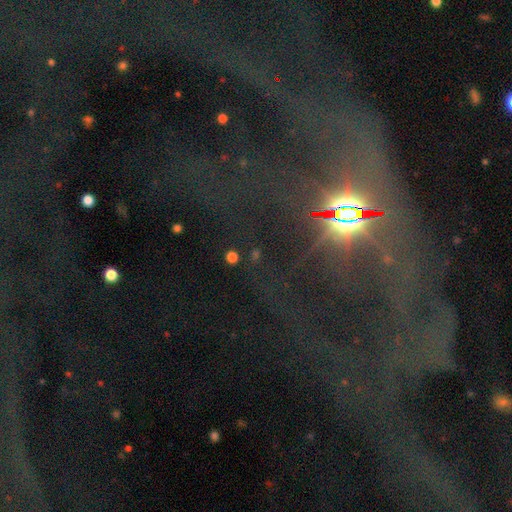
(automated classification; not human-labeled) star or artifact 70%, featured or disk 20%, smooth 11%.